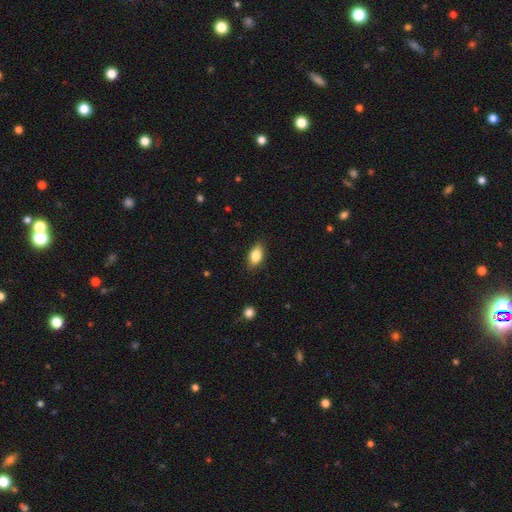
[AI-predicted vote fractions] Smooth or featured? Predicted: smooth (p=0.83). How rounded? Predicted: in between (p=0.88). Merging? Predicted: none (p=0.85).